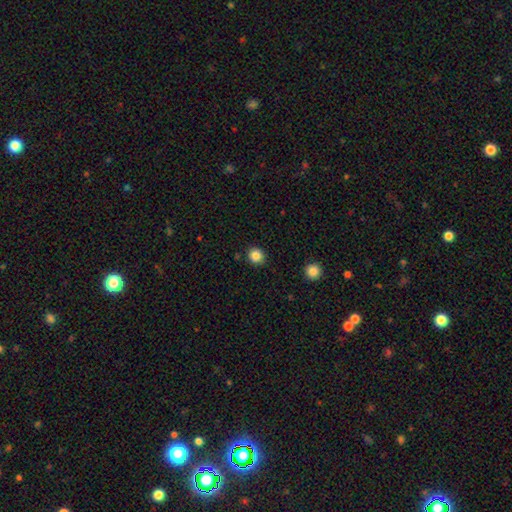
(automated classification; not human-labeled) Smooth or featured: smooth — 85% (star or artifact — 11%)
How rounded: round — 88% (in between — 11%)
Merging: none — 90% (minor disturbance — 7%)